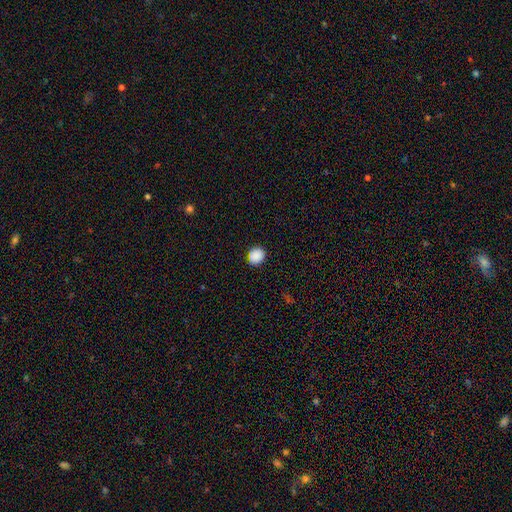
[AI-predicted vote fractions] Morphology: type=smooth (88%); roundness=round (71%); merging=none (88%).